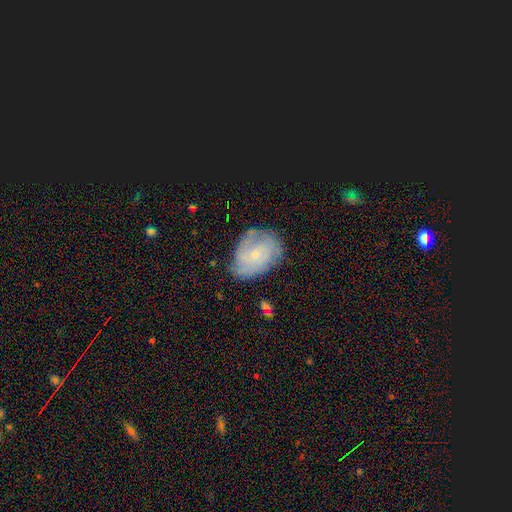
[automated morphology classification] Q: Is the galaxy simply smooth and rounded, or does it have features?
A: featured or disk — 59%.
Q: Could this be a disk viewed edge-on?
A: no — 97%.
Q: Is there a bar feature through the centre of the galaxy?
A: no — 75%.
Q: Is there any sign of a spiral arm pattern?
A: yes — 81%.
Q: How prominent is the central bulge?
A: small — 74%.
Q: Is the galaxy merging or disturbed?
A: none — 65%.